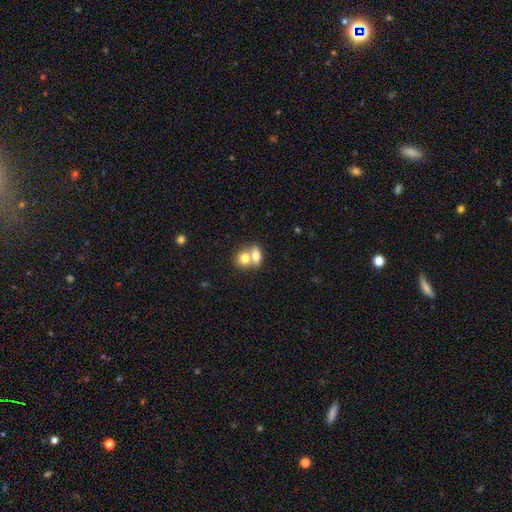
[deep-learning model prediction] Overall: smooth (74%). How rounded: in between (62%; round 36%). Merging: merger (71%).